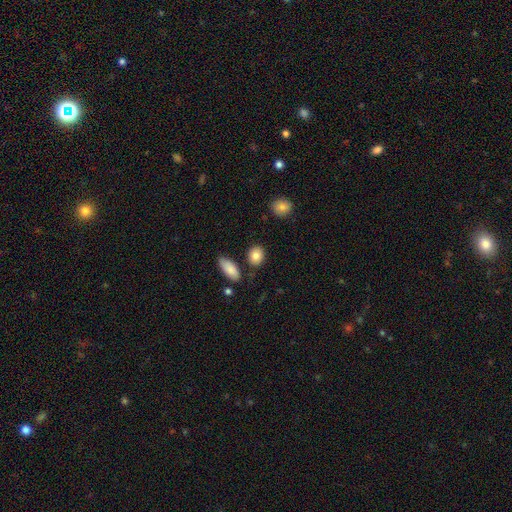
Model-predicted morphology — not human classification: smooth-or-featured: smooth: 85% | star or artifact: 8% | featured or disk: 7%
  how-rounded: round: 50% | in between: 48% | cigar-shaped: 2%
  merging: none: 82% | minor disturbance: 10% | merger: 5% | major disturbance: 3%